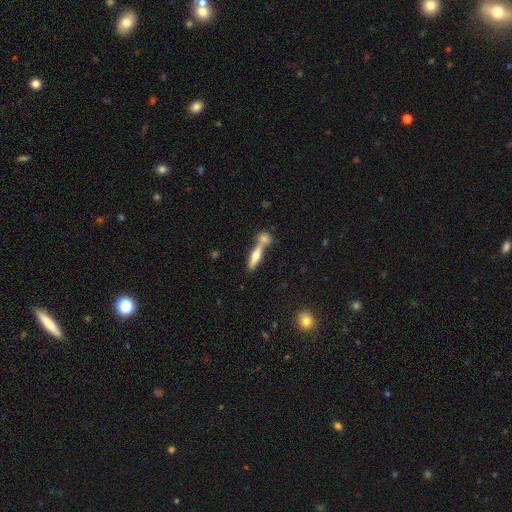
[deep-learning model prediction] Smooth or featured: smooth — 52% (featured or disk — 42%)
How rounded: cigar-shaped — 73% (in between — 24%)
Merging: none — 51% (merger — 38%)